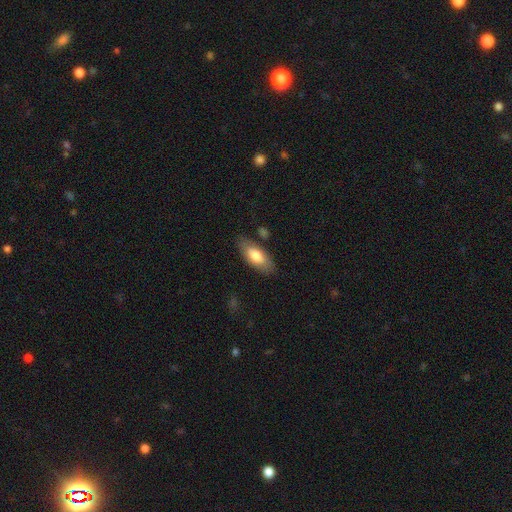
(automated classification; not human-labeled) Smooth or featured? Predicted: smooth (p=0.74). How rounded? Predicted: in between (p=0.83). Merging? Predicted: none (p=0.80).